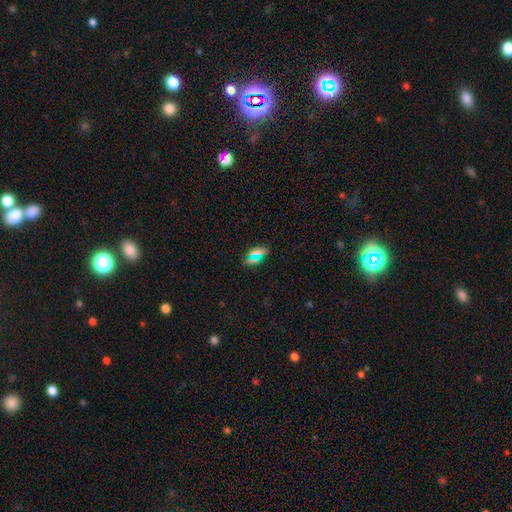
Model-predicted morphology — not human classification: Smooth or featured? smooth (62%)
How rounded? in between (68%)
Merging? none (77%)